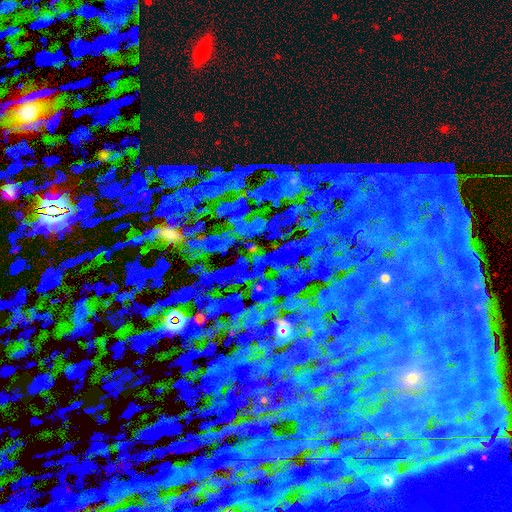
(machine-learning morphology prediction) Smooth or featured? Predicted: star or artifact (p=0.80).